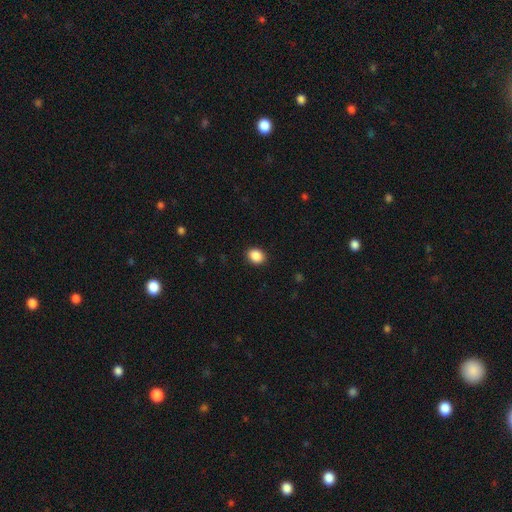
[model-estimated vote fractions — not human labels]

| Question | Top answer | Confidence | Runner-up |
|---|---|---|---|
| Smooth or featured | smooth | 89% | star or artifact (8%) |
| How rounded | round | 52% | in between (47%) |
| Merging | none | 91% | minor disturbance (6%) |